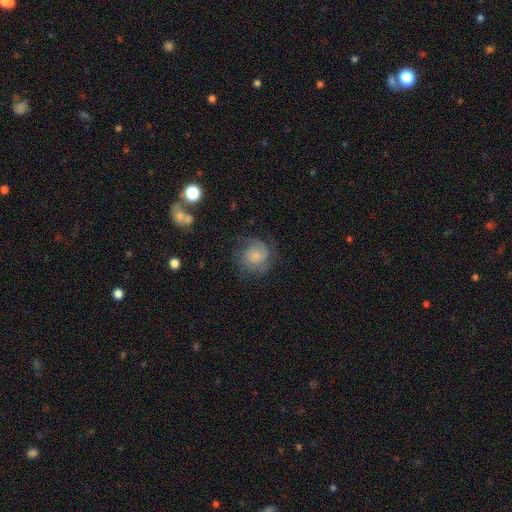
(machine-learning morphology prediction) Smooth or featured? Predicted: smooth (p=0.57). How rounded? Predicted: round (p=0.85). Merging? Predicted: none (p=0.60).